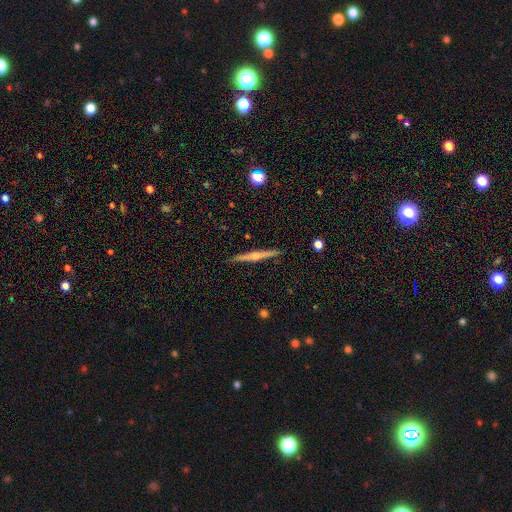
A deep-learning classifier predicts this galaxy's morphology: This is likely a featured or disk galaxy (69%). It is clearly viewed edge-on (98%). Edge-on bulge: likely rounded (77%). Merging: clearly none (92%).